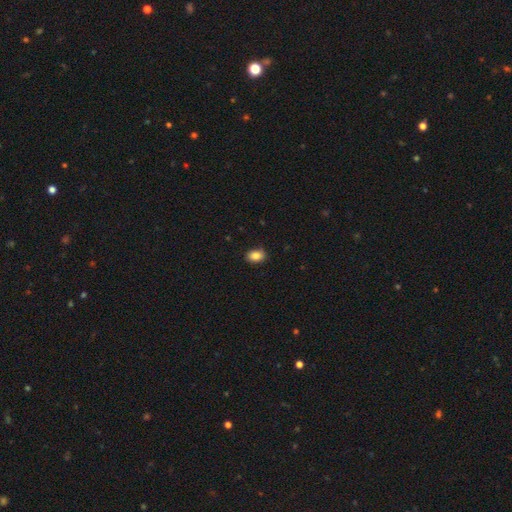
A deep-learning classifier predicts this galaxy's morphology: Q: Smooth or featured?
A: smooth (86%); runner-up: star or artifact (9%)
Q: How rounded?
A: in between (77%); runner-up: round (21%)
Q: Merging?
A: none (87%); runner-up: minor disturbance (10%)